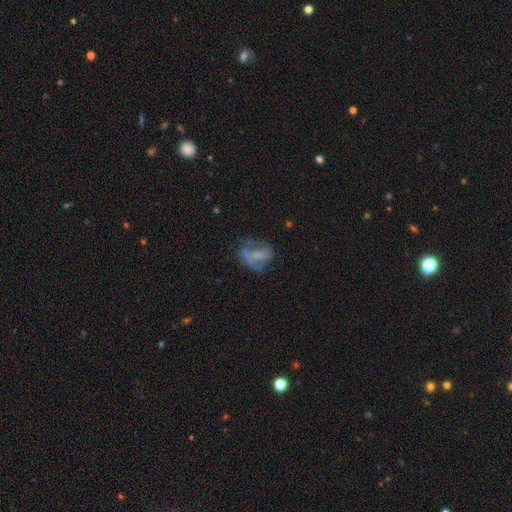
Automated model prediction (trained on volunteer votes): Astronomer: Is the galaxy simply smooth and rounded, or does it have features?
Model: featured or disk — 50% (runner-up: smooth, 36%).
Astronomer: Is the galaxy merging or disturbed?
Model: none — 43% (runner-up: major disturbance, 30%).